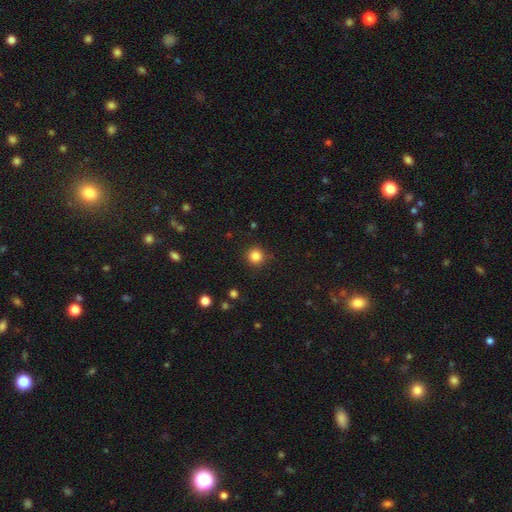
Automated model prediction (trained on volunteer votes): A smooth galaxy with no disk features (85%) that is round (95%). Merging: none (91%).